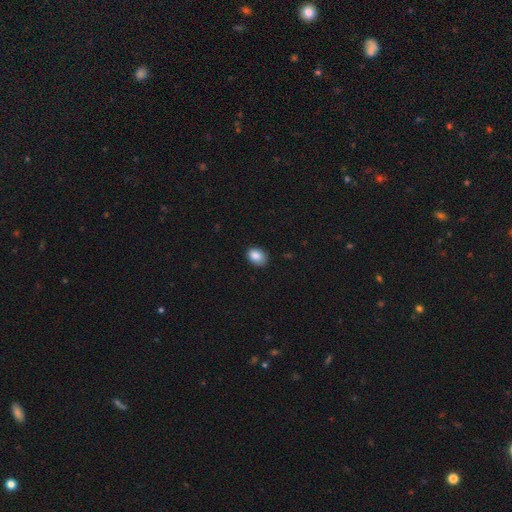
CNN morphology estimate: smooth 87%, star or artifact 9%, featured or disk 4%. Down the decision tree: how rounded — in between (70%); merging — none (82%).